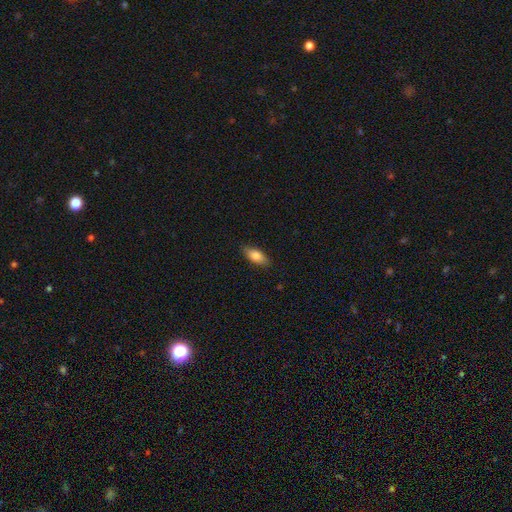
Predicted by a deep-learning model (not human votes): smooth 81%, featured or disk 13%, star or artifact 7%. Down the decision tree: how rounded — in between (84%); merging — none (85%).